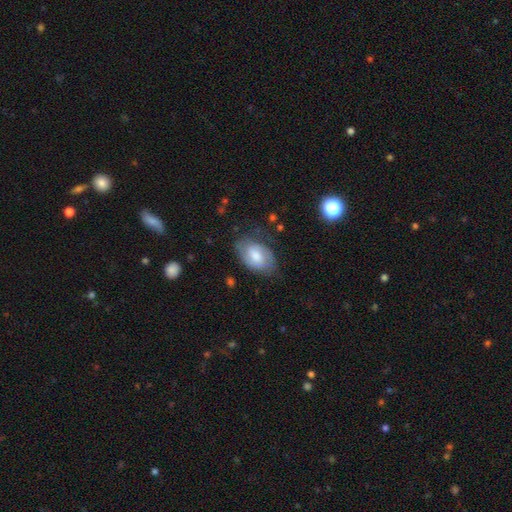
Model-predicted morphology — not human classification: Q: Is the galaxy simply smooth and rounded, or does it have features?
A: smooth — 48%.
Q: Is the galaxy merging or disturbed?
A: none — 66%.